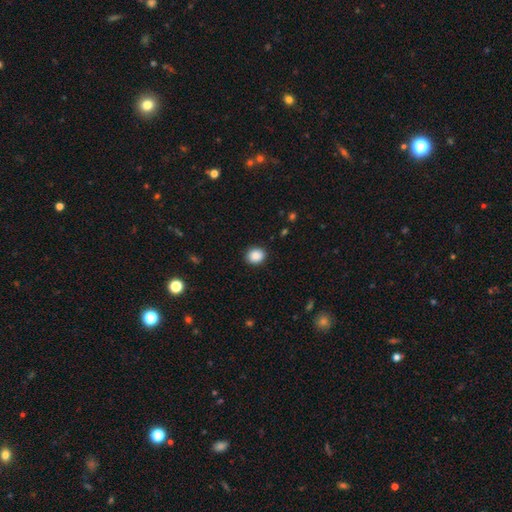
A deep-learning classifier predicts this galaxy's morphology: smooth 88%, star or artifact 9%, featured or disk 3%. Down the decision tree: how rounded — round (71%); merging — none (89%).